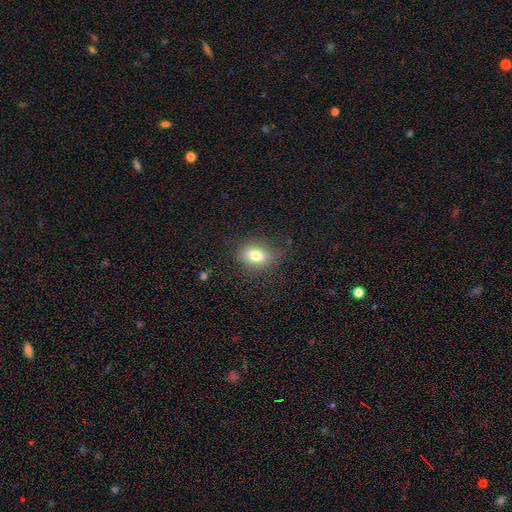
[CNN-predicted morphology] This is likely a smooth galaxy (75%). How rounded: likely in between (74%). Merging: clearly none (81%).